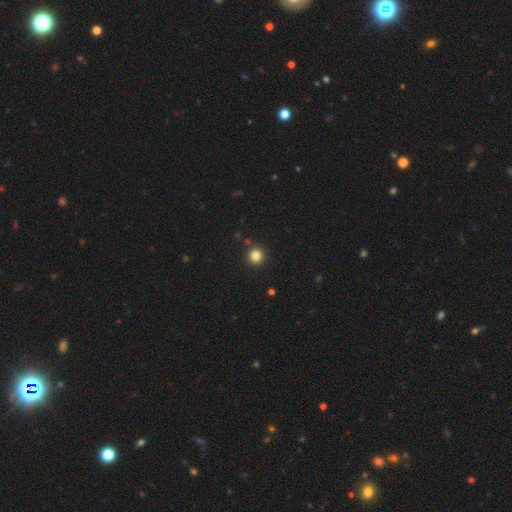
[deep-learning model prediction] The model was most divided on "smooth or featured": smooth: 83%, star or artifact: 12%, featured or disk: 5%. More confident: how rounded — round (92%); merging — none (90%).